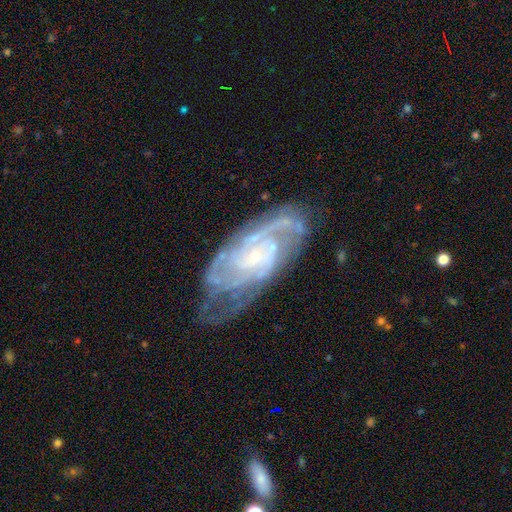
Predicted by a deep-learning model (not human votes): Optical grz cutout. It shows a featured or disk galaxy (88%) with no bar (62%), 2 (29%) tight (58%) spiral arms (97%) and a small central bulge (80%). Merging: none (65%).